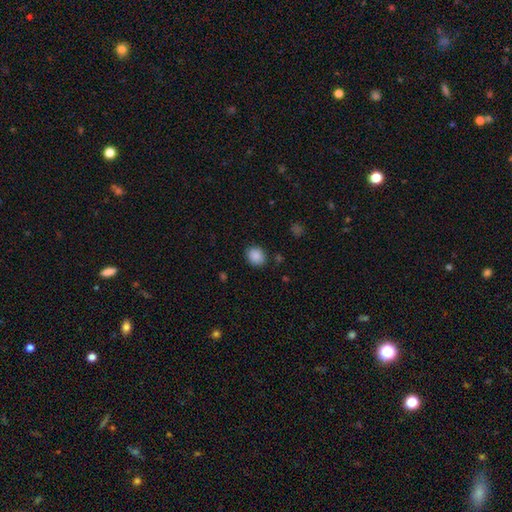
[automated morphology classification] A smooth galaxy with no disk features (88%) that is round (66%). Merging: none (85%).